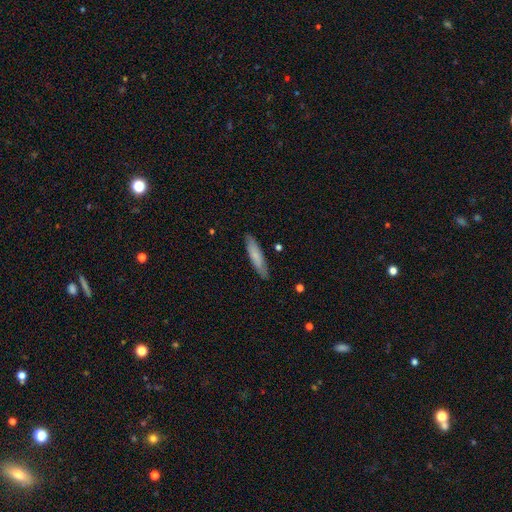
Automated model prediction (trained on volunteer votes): A smooth galaxy with no disk features (74%) that is cigar-shaped (83%). Merging: none (86%).